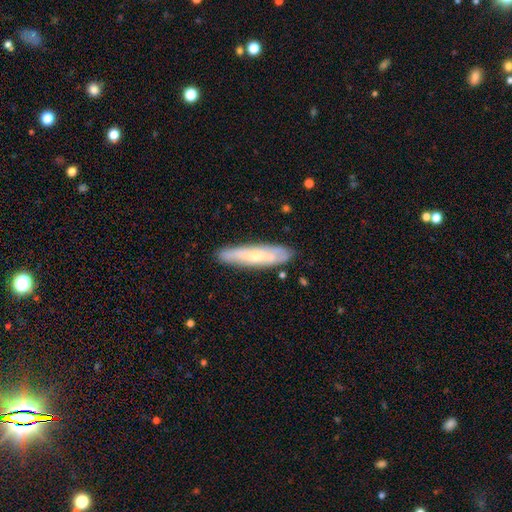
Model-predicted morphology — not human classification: Smooth or featured: featured or disk — 47% (smooth — 46%)
Merging: none — 82% (minor disturbance — 14%)